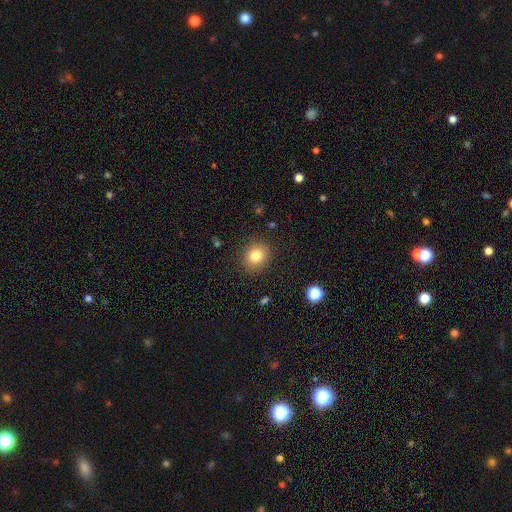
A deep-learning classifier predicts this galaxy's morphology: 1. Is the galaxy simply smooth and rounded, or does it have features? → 81% smooth, 11% star or artifact, 8% featured or disk.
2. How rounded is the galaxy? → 77% round, 22% in between, 1% cigar-shaped.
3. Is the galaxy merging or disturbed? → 87% none, 9% minor disturbance, 3% major disturbance, 1% merger.